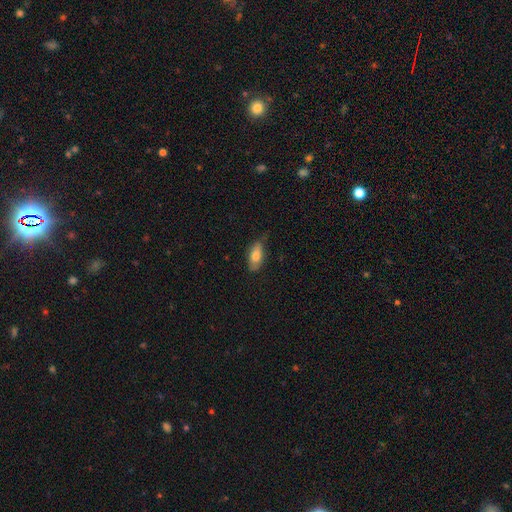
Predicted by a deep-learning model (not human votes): Smooth or featured: smooth — 77% (featured or disk — 16%)
How rounded: in between — 80% (cigar-shaped — 17%)
Merging: none — 66% (minor disturbance — 27%)